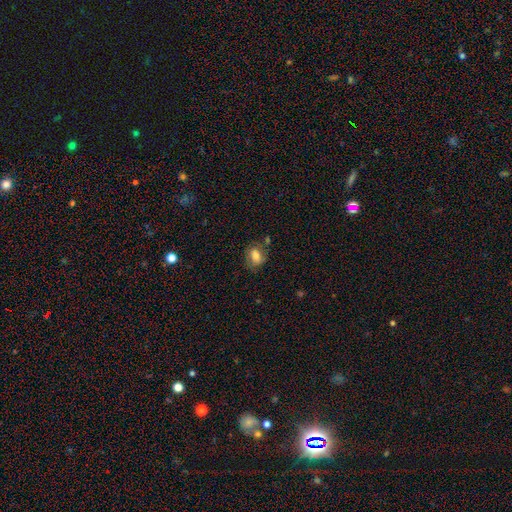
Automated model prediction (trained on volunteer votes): A smooth galaxy with no disk features (70%) that is in between round and cigar-shaped (68%). Merging: none (65%).